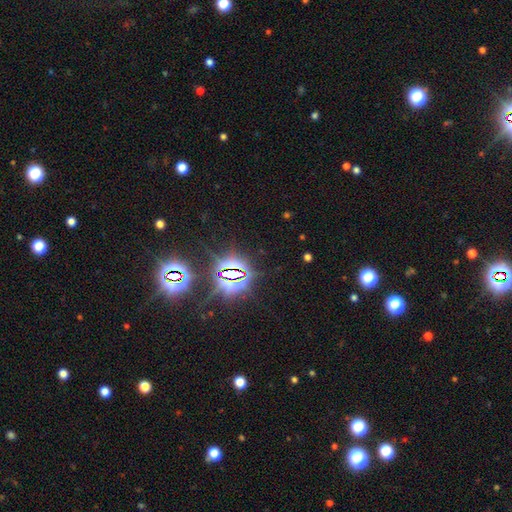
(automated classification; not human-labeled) Smooth or featured? star or artifact (82%)